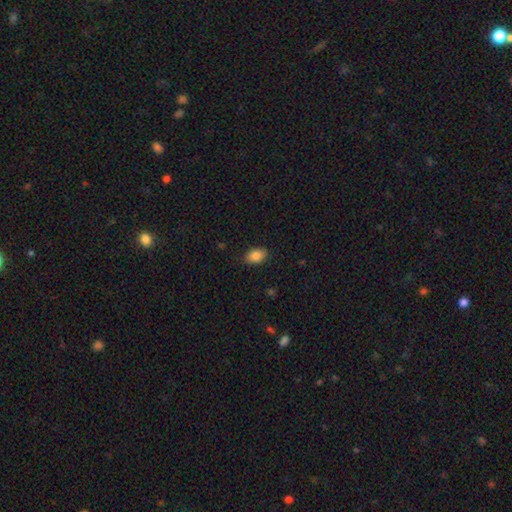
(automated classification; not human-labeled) The model was most divided on "merging": none: 85%, minor disturbance: 11%, major disturbance: 3%, merger: 1%. More confident: how rounded — in between (87%); smooth or featured — smooth (86%).